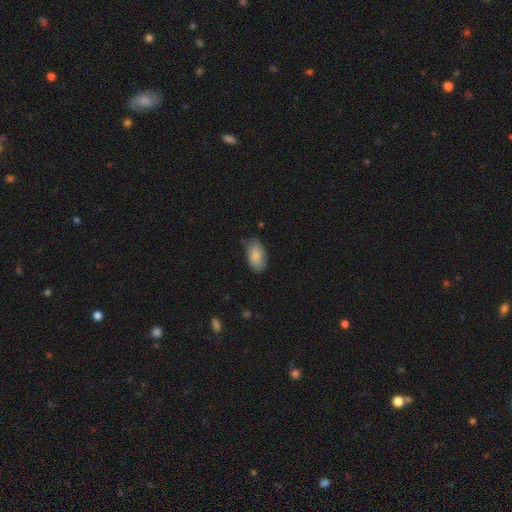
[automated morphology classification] A smooth galaxy with no disk features (87%) that is in between round and cigar-shaped (93%). Merging: none (73%).